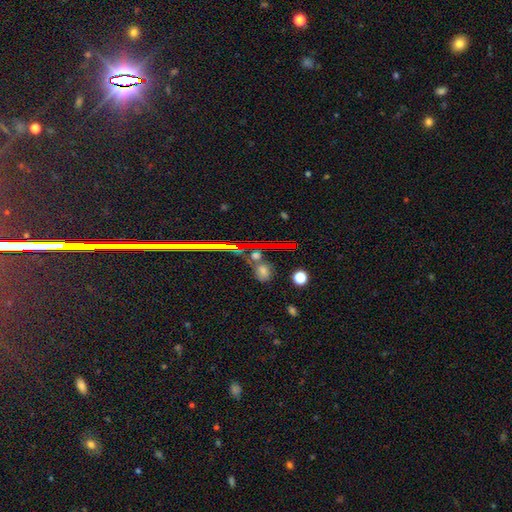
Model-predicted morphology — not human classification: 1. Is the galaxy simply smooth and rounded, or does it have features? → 80% star or artifact, 10% featured or disk, 10% smooth.